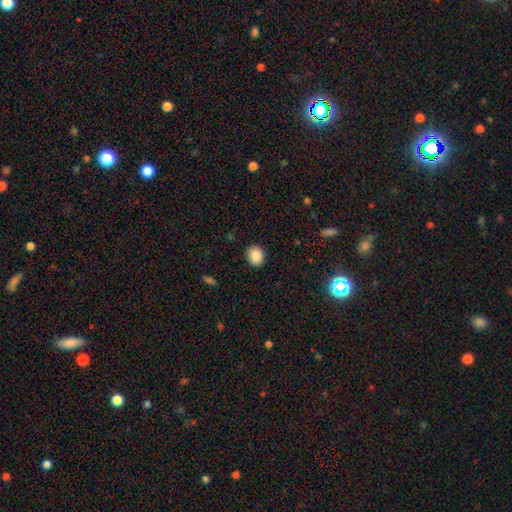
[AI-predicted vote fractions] Morphology: type=smooth (88%); roundness=round (59%); merging=none (90%).